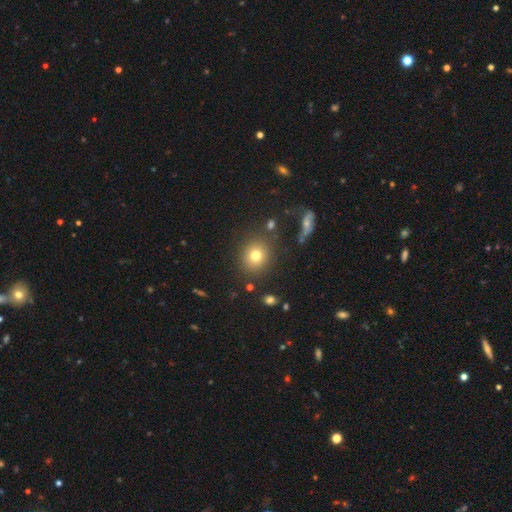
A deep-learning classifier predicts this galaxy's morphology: A smooth galaxy with no disk features (76%) that is round (80%).

Vote fractions:
- Smooth or featured? smooth: 76% / star or artifact: 14% / featured or disk: 10%
- How rounded? round: 80% / in between: 19% / cigar-shaped: 1%
- Merging? none: 84% / minor disturbance: 9% / merger: 4% / major disturbance: 4%